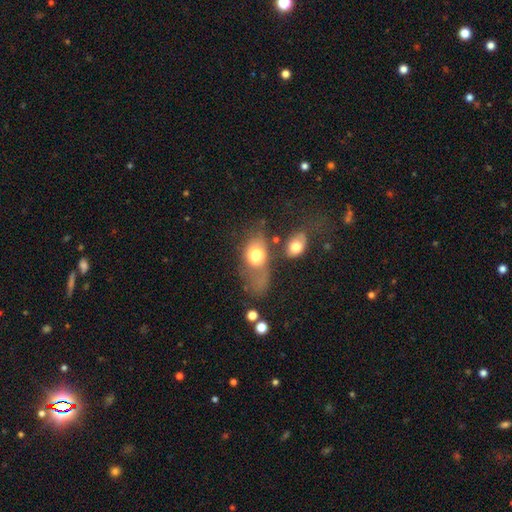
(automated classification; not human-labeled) A smooth galaxy with no disk features (68%) that is in between round and cigar-shaped (75%). Merging: major disturbance (37%).